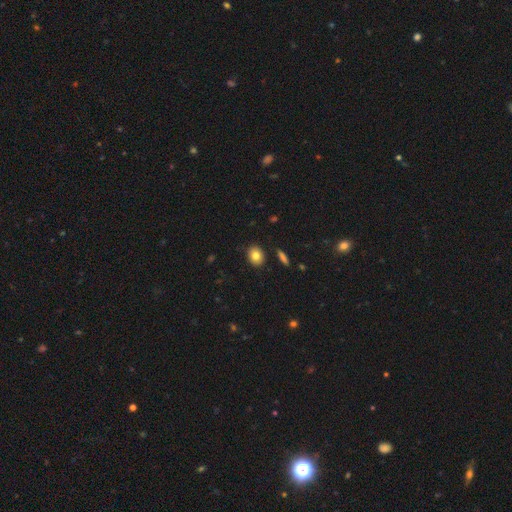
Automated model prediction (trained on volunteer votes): The model was most divided on "how rounded": round: 50%, in between: 48%, cigar-shaped: 1%. More confident: merging — none (88%); smooth or featured — smooth (82%).